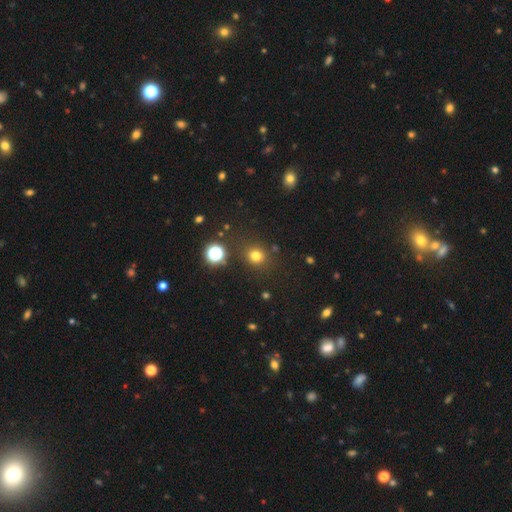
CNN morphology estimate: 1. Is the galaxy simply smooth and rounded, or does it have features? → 74% smooth, 20% star or artifact, 6% featured or disk.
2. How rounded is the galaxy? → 85% round, 14% in between, 1% cigar-shaped.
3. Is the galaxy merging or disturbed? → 84% none, 9% minor disturbance, 4% merger, 4% major disturbance.